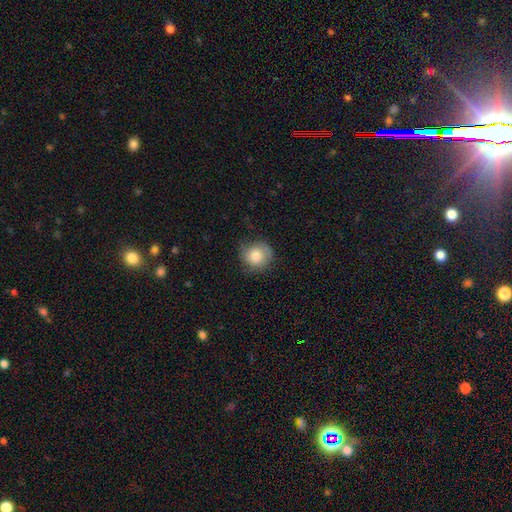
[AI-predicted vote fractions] Smooth or featured: smooth — 78% (featured or disk — 14%)
How rounded: round — 86% (in between — 13%)
Merging: none — 66% (minor disturbance — 25%)